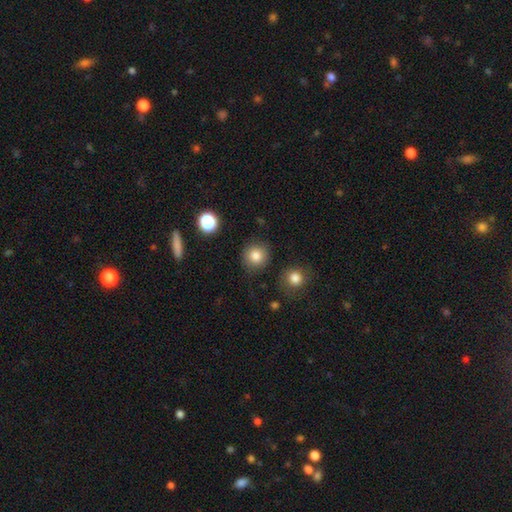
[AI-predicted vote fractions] A smooth galaxy with no disk features (83%) that is round (92%).

Vote fractions:
- Smooth or featured? smooth: 83% / star or artifact: 11% / featured or disk: 6%
- How rounded? round: 92% / in between: 7% / cigar-shaped: 1%
- Merging? none: 86% / minor disturbance: 8% / major disturbance: 3% / merger: 3%